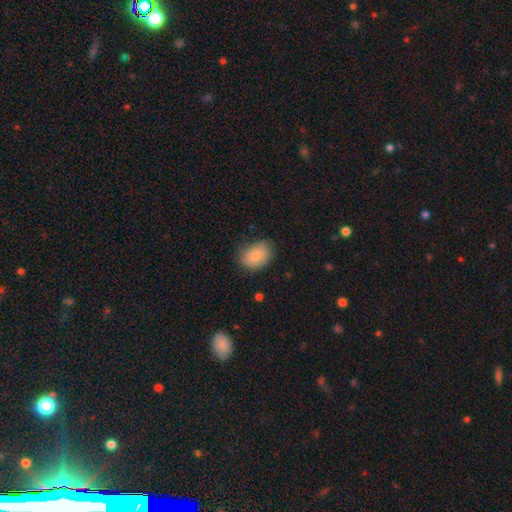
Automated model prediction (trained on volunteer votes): Morphology: type=smooth (86%); roundness=in between (72%); merging=none (74%).